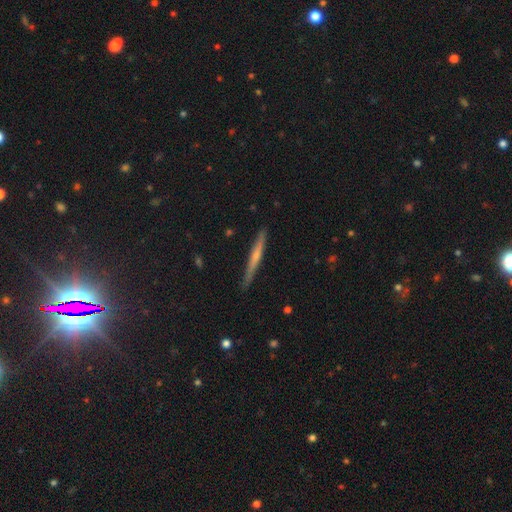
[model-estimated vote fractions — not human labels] Morphology: type=featured or disk (50%); merging=none (86%).